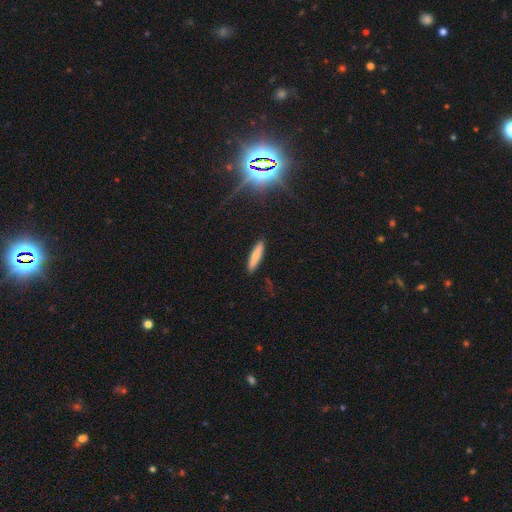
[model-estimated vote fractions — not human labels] A smooth galaxy with no disk features (80%) that is cigar-shaped (86%).

Vote fractions:
- Smooth or featured? smooth: 80% / featured or disk: 13% / star or artifact: 7%
- How rounded? cigar-shaped: 86% / in between: 12% / round: 1%
- Merging? none: 89% / minor disturbance: 8% / major disturbance: 2% / merger: 1%